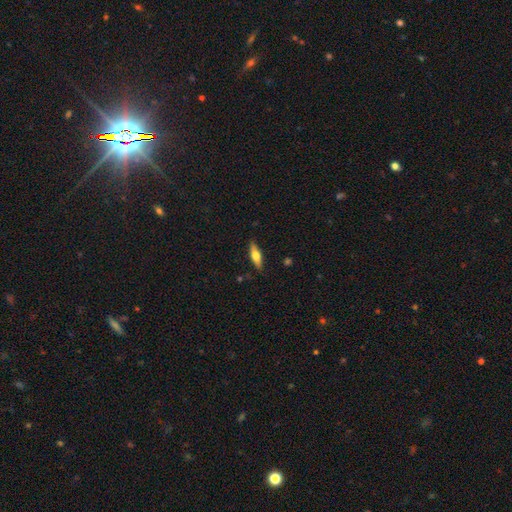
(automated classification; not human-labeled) smooth_or_featured: smooth (p=0.48) [alt: featured or disk p=0.46]
merging: none (p=0.87) [alt: minor disturbance p=0.10]